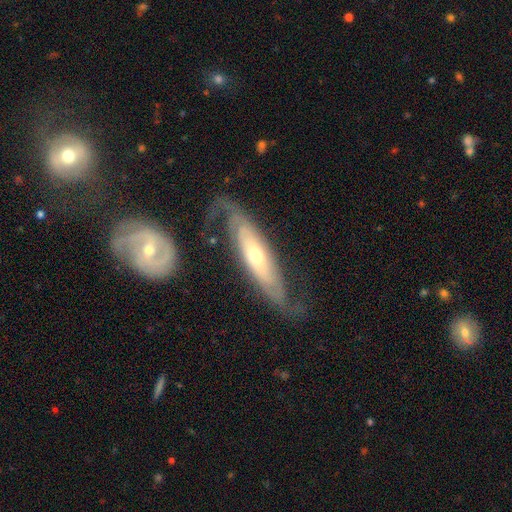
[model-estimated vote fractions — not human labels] smooth_or_featured: featured or disk (p=0.73) [alt: smooth p=0.21]
disk_edge_on: no (p=0.73) [alt: yes p=0.27]
bar: no (p=0.67) [alt: weak p=0.21]
has_spiral_arms: yes (p=0.84) [alt: no p=0.16]
bulge_size: moderate (p=0.52) [alt: small p=0.40]
merging: none (p=0.55) [alt: minor disturbance p=0.21]